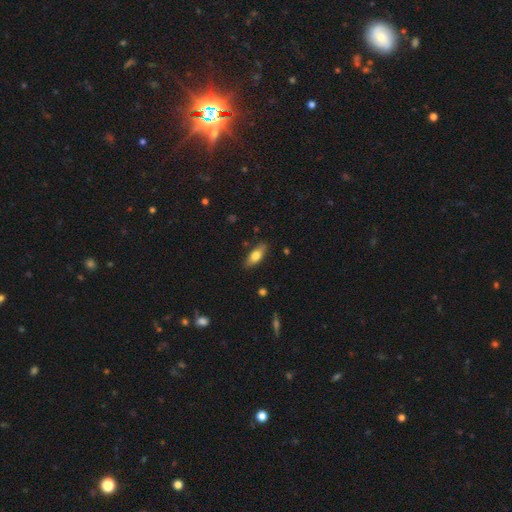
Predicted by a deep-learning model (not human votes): Smooth or featured?
  - smooth: 73% *
  - featured or disk: 20%
  - star or artifact: 6%
How rounded?
  - in between: 78% *
  - cigar-shaped: 19%
  - round: 3%
Merging?
  - none: 83% *
  - minor disturbance: 13%
  - major disturbance: 3%
  - merger: 1%